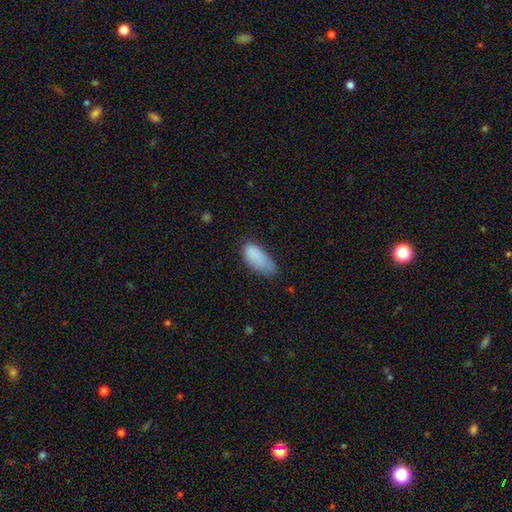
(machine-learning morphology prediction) smooth 84%, featured or disk 8%, star or artifact 7%. Down the decision tree: how rounded — in between (89%); merging — none (46%).